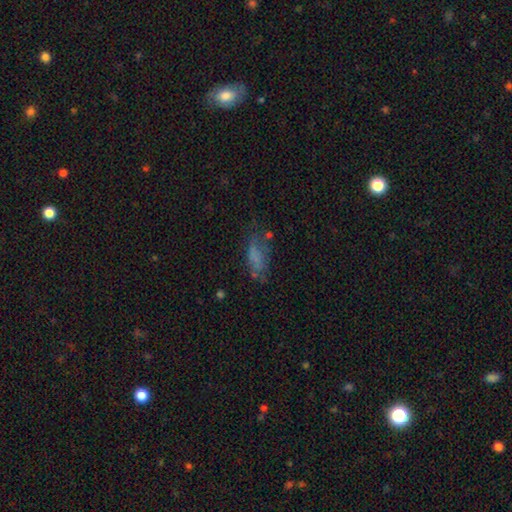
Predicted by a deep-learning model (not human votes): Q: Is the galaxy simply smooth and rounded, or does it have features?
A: smooth — 62%.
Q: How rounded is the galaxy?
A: in between — 79%.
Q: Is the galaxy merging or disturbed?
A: none — 45%.